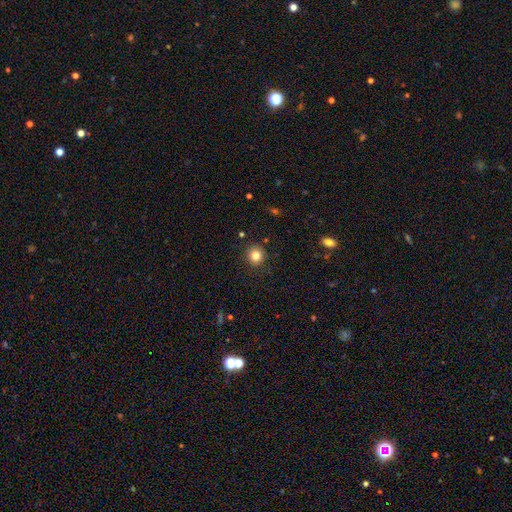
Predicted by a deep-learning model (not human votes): This is clearly a smooth galaxy (82%). How rounded: clearly round (90%). Merging: clearly none (90%).